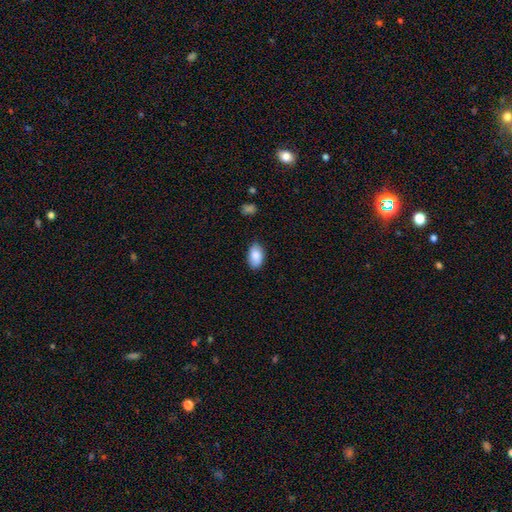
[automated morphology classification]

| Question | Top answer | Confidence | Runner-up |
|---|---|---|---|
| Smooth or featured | smooth | 86% | featured or disk (8%) |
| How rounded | in between | 93% | round (6%) |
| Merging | none | 83% | minor disturbance (14%) |